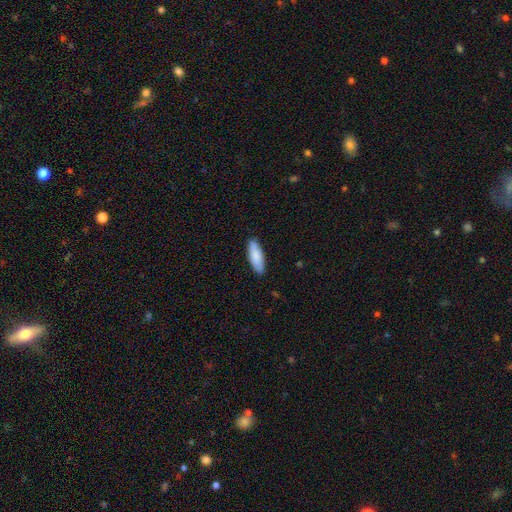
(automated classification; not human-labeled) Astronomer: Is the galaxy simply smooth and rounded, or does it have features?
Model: smooth — 86%.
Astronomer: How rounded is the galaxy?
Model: in between — 66%.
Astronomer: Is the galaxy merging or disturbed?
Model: none — 87%.